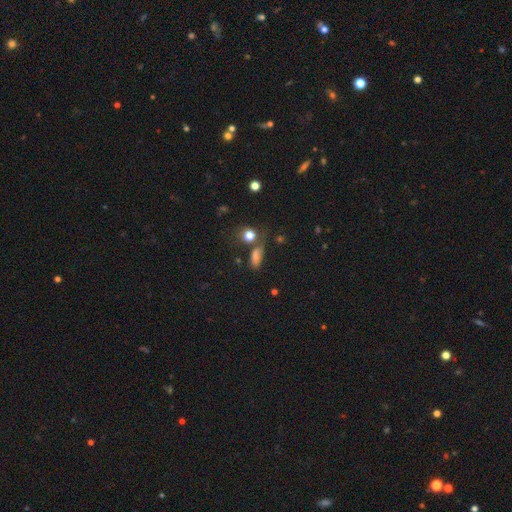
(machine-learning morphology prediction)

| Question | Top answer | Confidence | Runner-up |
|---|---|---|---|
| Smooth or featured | smooth | 63% | star or artifact (26%) |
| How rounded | in between | 66% | round (18%) |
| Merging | none | 57% | minor disturbance (17%) |